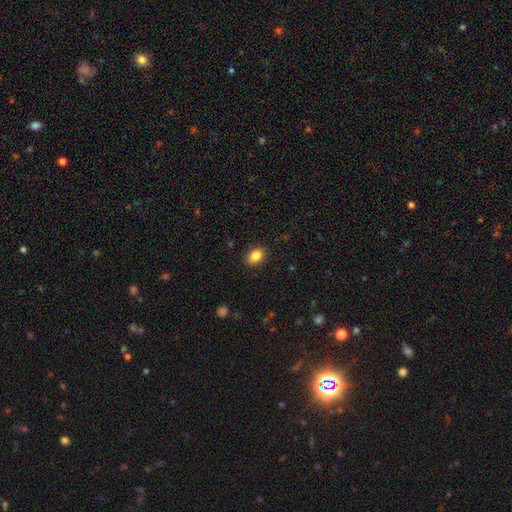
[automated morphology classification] Smooth or featured: smooth — 86% (star or artifact — 9%)
How rounded: in between — 78% (round — 21%)
Merging: none — 88% (minor disturbance — 9%)